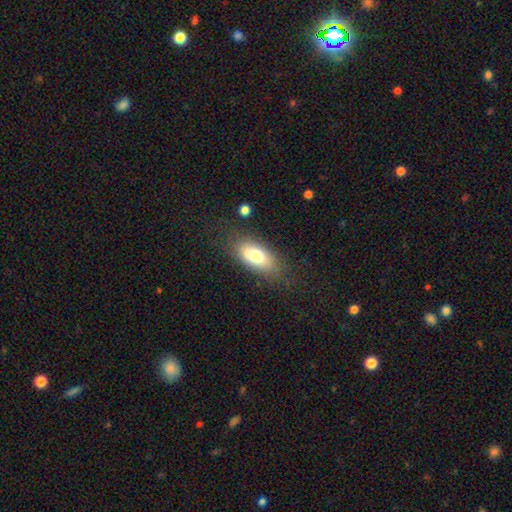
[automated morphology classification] Smooth or featured: smooth — 72% (featured or disk — 20%)
How rounded: in between — 88% (cigar-shaped — 7%)
Merging: none — 73% (minor disturbance — 16%)